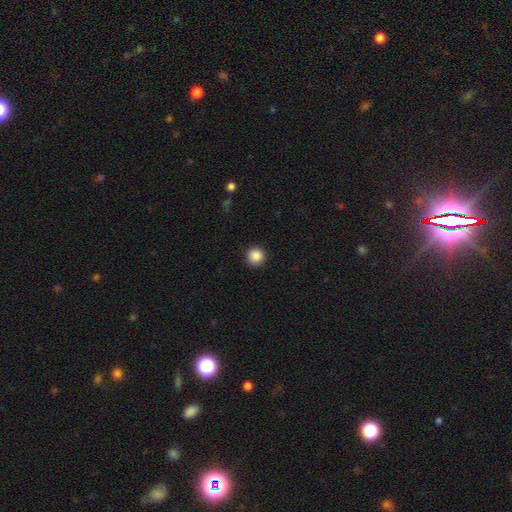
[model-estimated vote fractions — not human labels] Smooth or featured?
  - smooth: 88% *
  - star or artifact: 9%
  - featured or disk: 3%
How rounded?
  - round: 96% *
  - in between: 3%
  - cigar-shaped: 1%
Merging?
  - none: 92% *
  - minor disturbance: 5%
  - major disturbance: 2%
  - merger: 1%